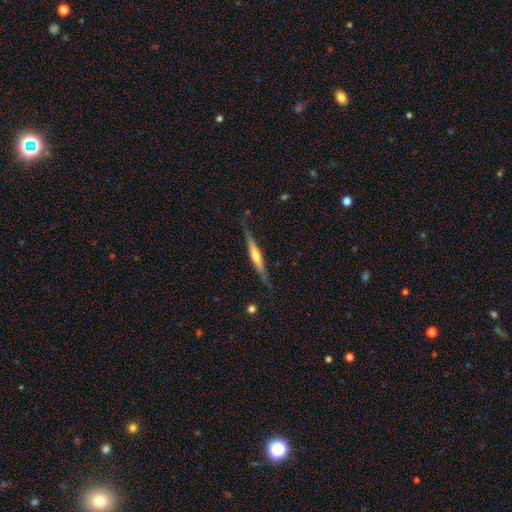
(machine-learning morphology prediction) Smooth or featured? featured or disk (55%)
Edge-on disk? yes (94%)
Edge-on bulge? rounded (64%)
Merging? none (78%)